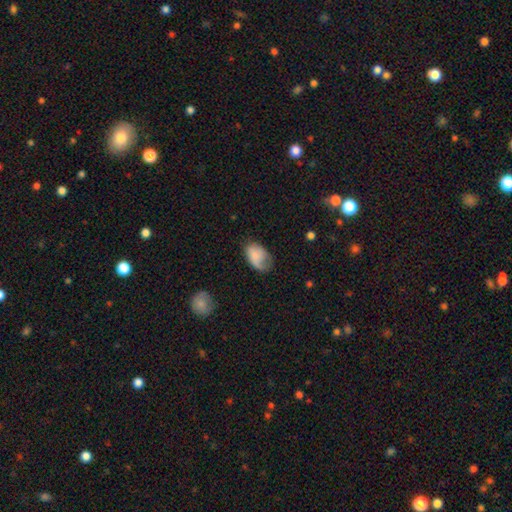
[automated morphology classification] smooth_or_featured: smooth (p=0.76) [alt: featured or disk p=0.16]
how_rounded: in between (p=0.89) [alt: round p=0.09]
merging: none (p=0.45) [alt: minor disturbance p=0.35]